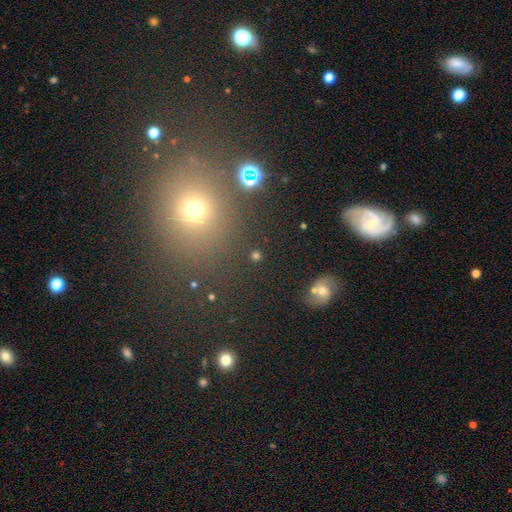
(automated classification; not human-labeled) A smooth galaxy with no disk features (47%).

Vote fractions:
- Smooth or featured? smooth: 47% / star or artifact: 37% / featured or disk: 16%
- Merging? none: 76% / minor disturbance: 10% / merger: 7% / major disturbance: 6%